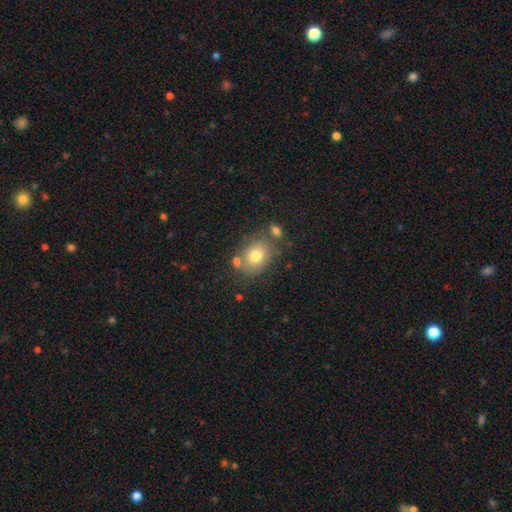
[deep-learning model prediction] The model was most divided on "how rounded": in between: 57%, round: 42%, cigar-shaped: 1%. More confident: smooth or featured — smooth (75%); merging — none (68%).